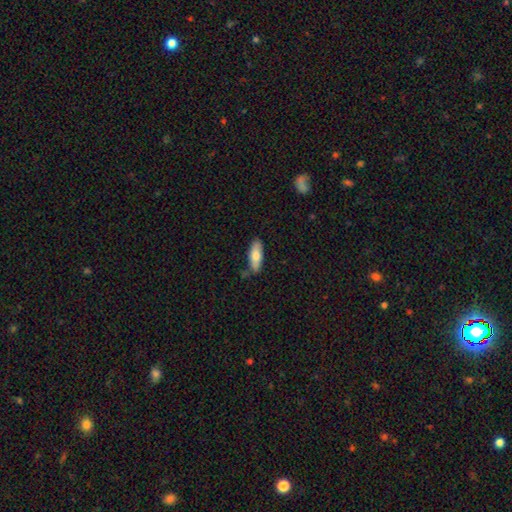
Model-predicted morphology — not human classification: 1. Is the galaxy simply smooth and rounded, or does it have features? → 76% smooth, 18% featured or disk, 6% star or artifact.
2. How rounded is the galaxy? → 67% in between, 31% cigar-shaped, 2% round.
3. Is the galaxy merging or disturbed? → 76% none, 17% minor disturbance, 3% merger, 3% major disturbance.